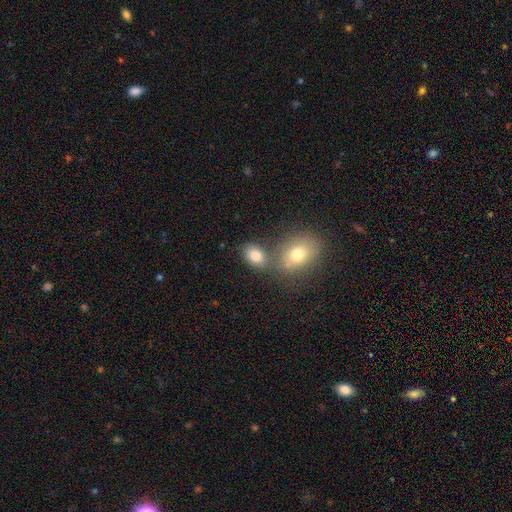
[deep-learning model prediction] smooth 79%, star or artifact 11%, featured or disk 10%. Down the decision tree: how rounded — in between (70%); merging — none (52%).